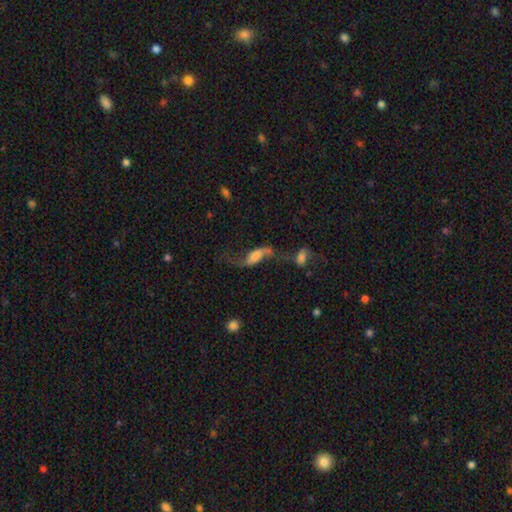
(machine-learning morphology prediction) smooth_or_featured: featured or disk (p=0.66) [alt: smooth p=0.23]
disk_edge_on: no (p=0.87) [alt: yes p=0.13]
bar: no (p=0.50) [alt: weak p=0.33]
has_spiral_arms: yes (p=0.87) [alt: no p=0.13]
spiral_winding: loose (p=0.92) [alt: medium p=0.06]
spiral_arm_count: 2 (p=0.88) [alt: 1 p=0.06]
bulge_size: none (p=0.32) [alt: moderate p=0.22]
merging: none (p=0.38) [alt: merger p=0.29]